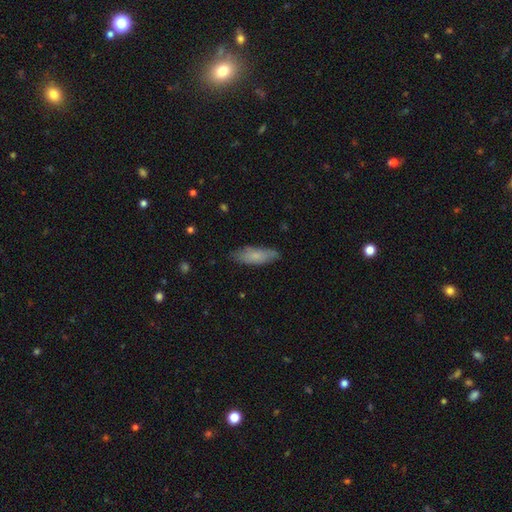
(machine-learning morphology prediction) Smooth or featured?
  - smooth: 72% *
  - featured or disk: 22%
  - star or artifact: 6%
How rounded?
  - in between: 59% *
  - cigar-shaped: 39%
  - round: 2%
Merging?
  - none: 77% *
  - minor disturbance: 19%
  - major disturbance: 3%
  - merger: 1%